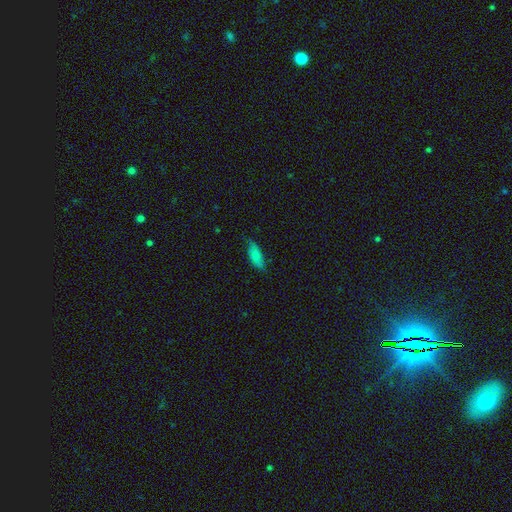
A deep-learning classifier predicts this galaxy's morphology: Overall: smooth (75%). How rounded: in between (78%). Merging: none (67%; minor disturbance 27%).